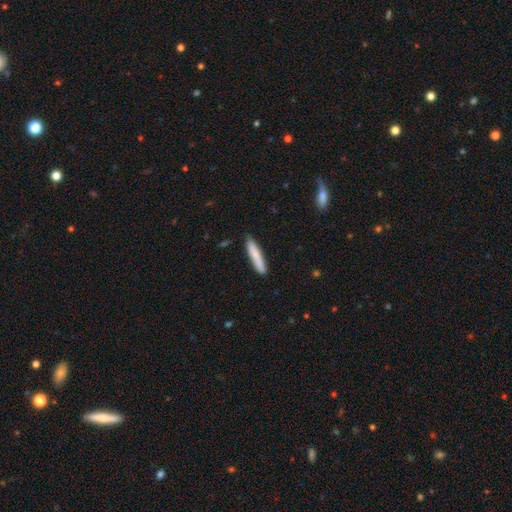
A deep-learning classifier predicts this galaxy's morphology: This appears to be a smooth galaxy with no disk features (81%) that is cigar-shaped (90%). Merging: none (87%).